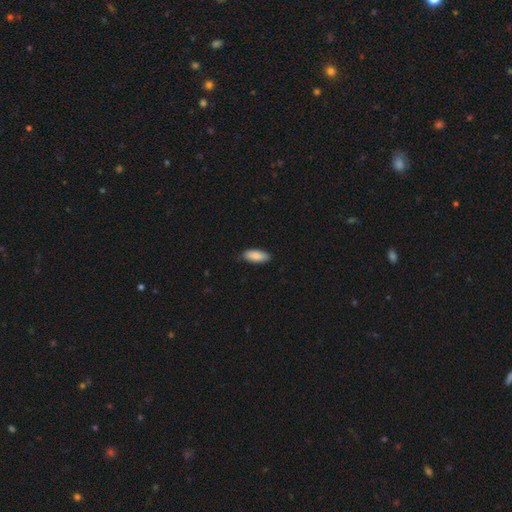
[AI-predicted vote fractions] smooth_or_featured: smooth (p=0.88) [alt: featured or disk p=0.06]
how_rounded: in between (p=0.83) [alt: cigar-shaped p=0.15]
merging: none (p=0.84) [alt: minor disturbance p=0.13]